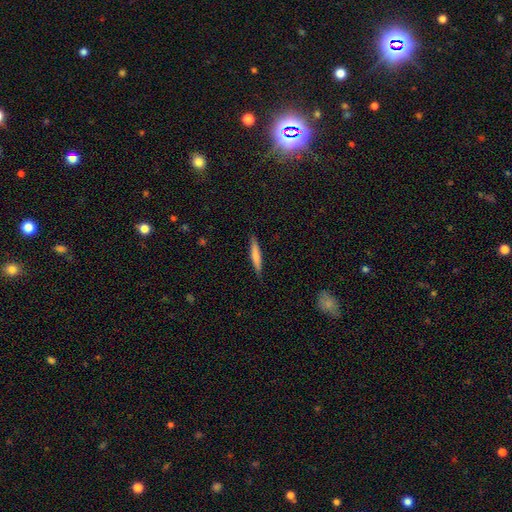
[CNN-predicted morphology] smooth 71%, featured or disk 24%, star or artifact 5%. Down the decision tree: how rounded — cigar-shaped (92%); merging — none (88%).